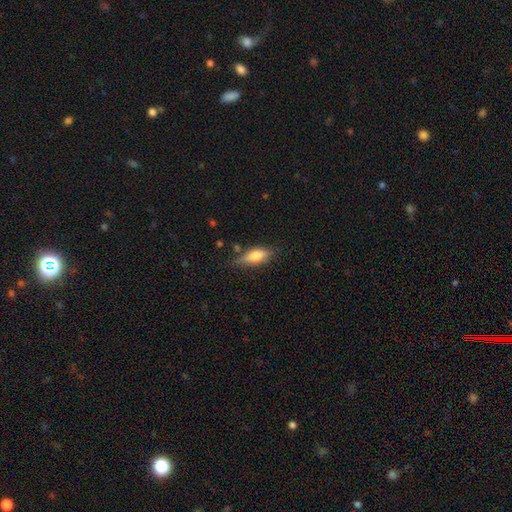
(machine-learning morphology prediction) This appears to be a smooth galaxy with no disk features (69%) that is in between round and cigar-shaped (66%). Merging: none (71%).